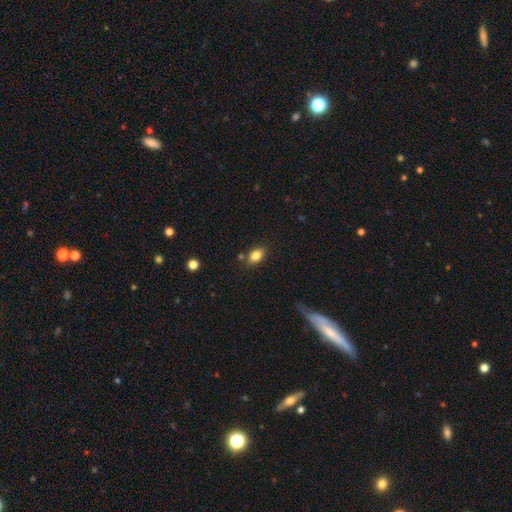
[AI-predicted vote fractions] Smooth or featured? Predicted: smooth (p=0.83). How rounded? Predicted: in between (p=0.84). Merging? Predicted: none (p=0.79).